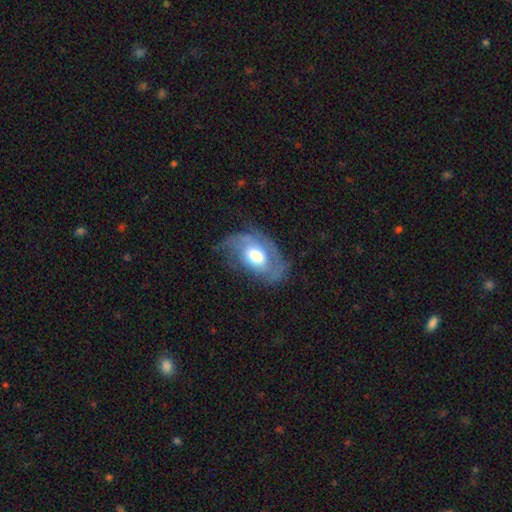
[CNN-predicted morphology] featured or disk 73%, smooth 21%, star or artifact 6%. Down the decision tree: edge-on disk — no (95%); bar — no (68%); spiral arms — yes (85%); spiral arm count — 2 (44%); spiral winding — medium (42%); bulge size — moderate (45%); merging — none (54%).